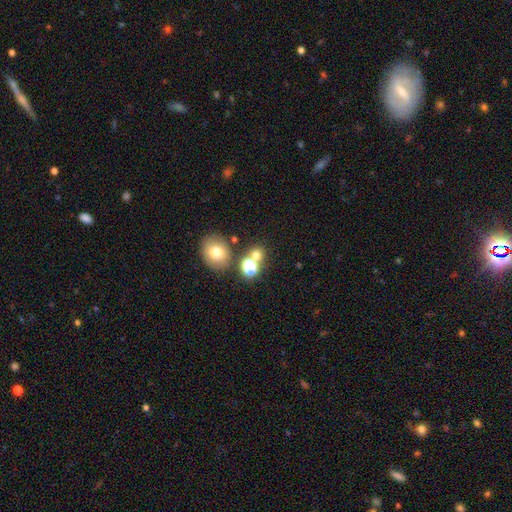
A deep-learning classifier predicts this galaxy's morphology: Smooth or featured?
  - smooth: 69% *
  - star or artifact: 23%
  - featured or disk: 9%
How rounded?
  - round: 80% *
  - in between: 19%
  - cigar-shaped: 1%
Merging?
  - none: 67% *
  - merger: 20%
  - minor disturbance: 8%
  - major disturbance: 4%